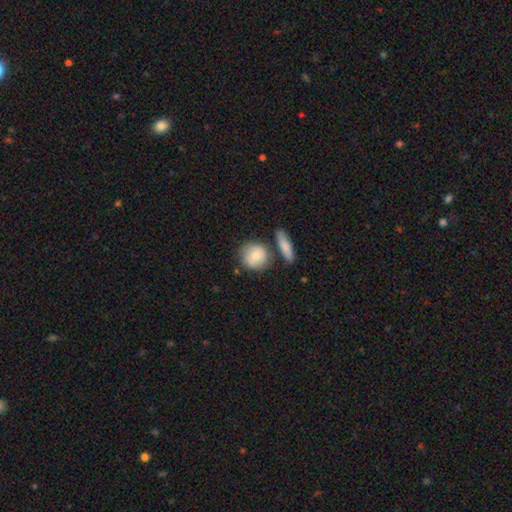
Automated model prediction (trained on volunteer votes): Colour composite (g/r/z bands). It shows a smooth galaxy with no disk features (76%) that is round (84%). Merging: none (64%).